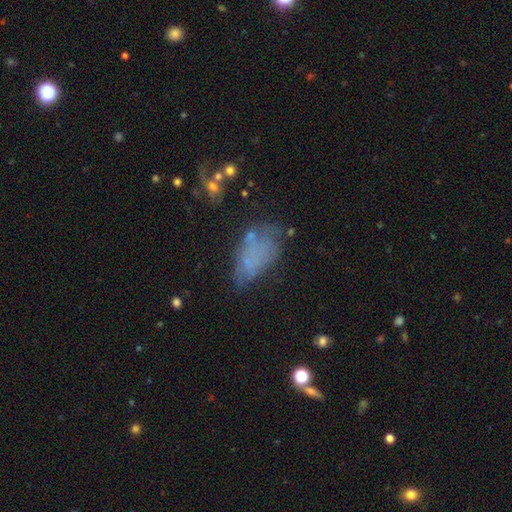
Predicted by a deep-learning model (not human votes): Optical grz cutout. It shows a smooth galaxy with no disk features (47%). Merging: none (43%).